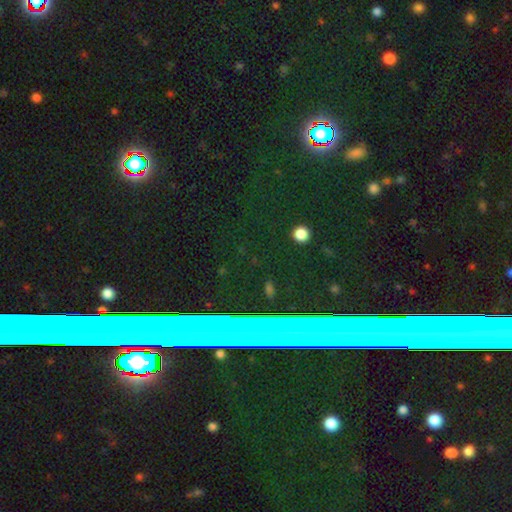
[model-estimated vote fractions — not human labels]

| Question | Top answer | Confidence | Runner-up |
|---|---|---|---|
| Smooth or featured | star or artifact | 70% | featured or disk (16%) |